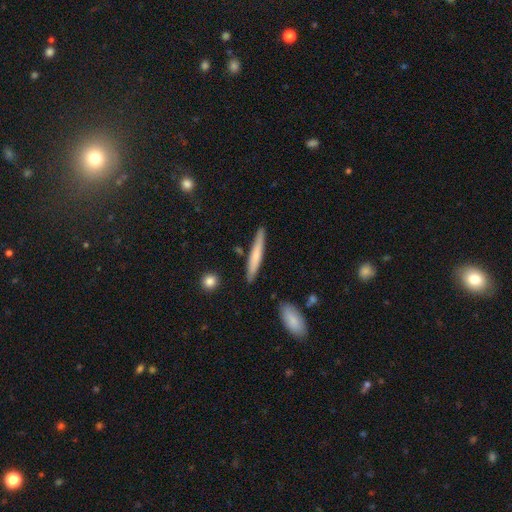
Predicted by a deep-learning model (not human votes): This appears to be a smooth galaxy with no disk features (65%) that is cigar-shaped (94%). Merging: none (87%).